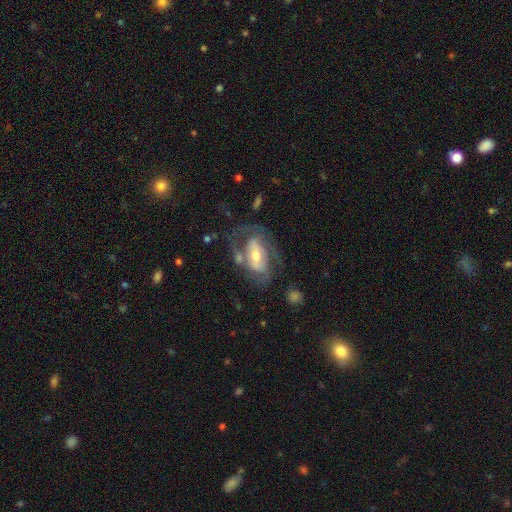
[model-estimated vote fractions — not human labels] This appears to be a featured or disk galaxy (70%) with no bar (34%), spiral arms (71%) and a moderate central bulge (55%). Merging: none (50%).